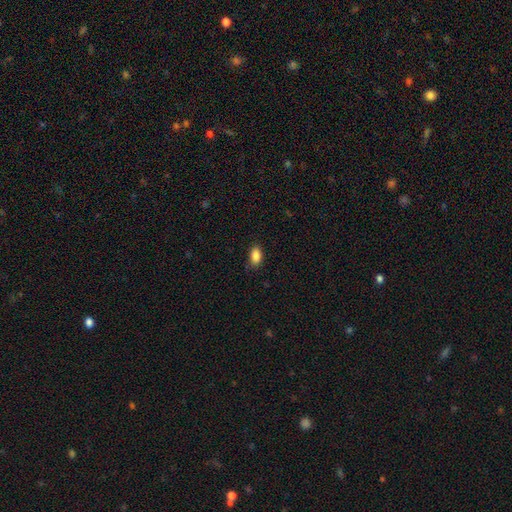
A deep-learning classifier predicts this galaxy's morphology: Smooth or featured? smooth (88%)
How rounded? in between (91%)
Merging? none (84%)